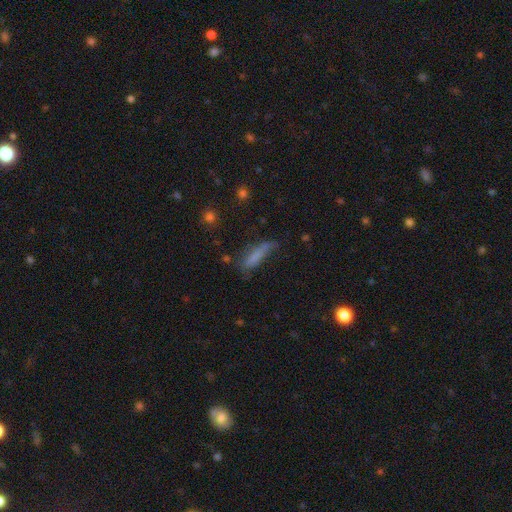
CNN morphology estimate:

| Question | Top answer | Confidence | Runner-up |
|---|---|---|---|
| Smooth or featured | smooth | 68% | featured or disk (21%) |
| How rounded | cigar-shaped | 76% | in between (22%) |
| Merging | none | 46% | minor disturbance (32%) |